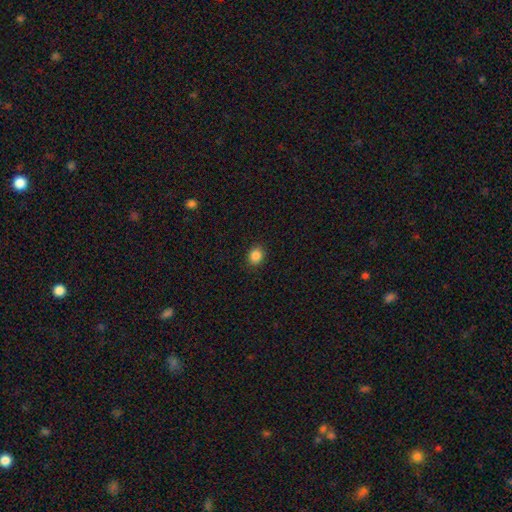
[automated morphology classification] This is clearly a smooth galaxy (86%). How rounded: likely round (63%). Merging: clearly none (89%).